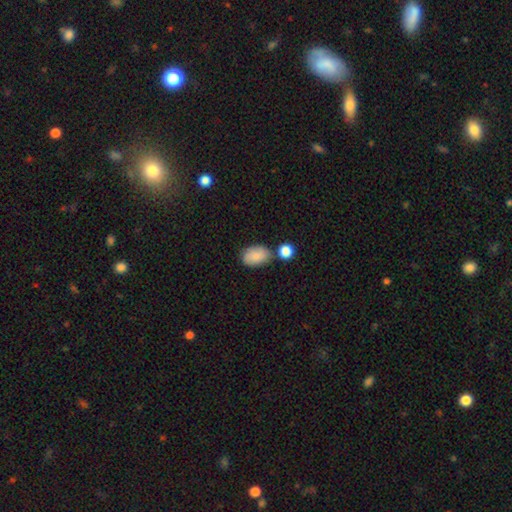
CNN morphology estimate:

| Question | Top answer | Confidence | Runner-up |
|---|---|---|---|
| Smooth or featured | smooth | 85% | featured or disk (8%) |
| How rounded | in between | 88% | round (11%) |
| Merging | none | 63% | minor disturbance (18%) |